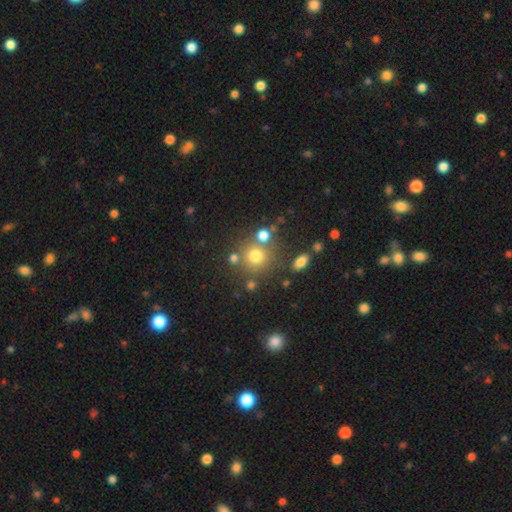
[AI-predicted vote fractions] smooth_or_featured: smooth (p=0.73) [alt: star or artifact p=0.17]
how_rounded: round (p=0.89) [alt: in between p=0.10]
merging: none (p=0.69) [alt: merger p=0.16]